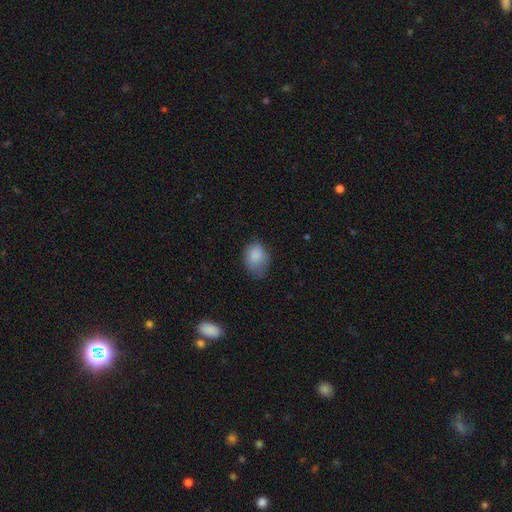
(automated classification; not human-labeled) A smooth galaxy with no disk features (85%) that is in between round and cigar-shaped (68%).

Vote fractions:
- Smooth or featured? smooth: 85% / star or artifact: 8% / featured or disk: 6%
- How rounded? in between: 68% / round: 31% / cigar-shaped: 1%
- Merging? none: 52% / minor disturbance: 35% / major disturbance: 11% / merger: 2%